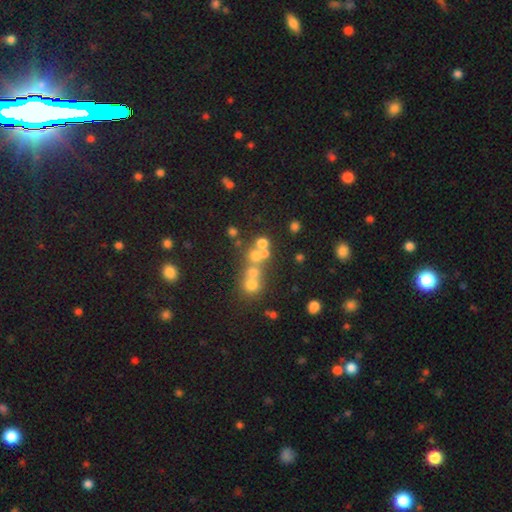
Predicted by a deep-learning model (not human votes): Q: Smooth or featured?
A: smooth (50%); runner-up: star or artifact (25%)
Q: How rounded?
A: round (84%); runner-up: in between (14%)
Q: Merging?
A: none (44%); runner-up: merger (42%)